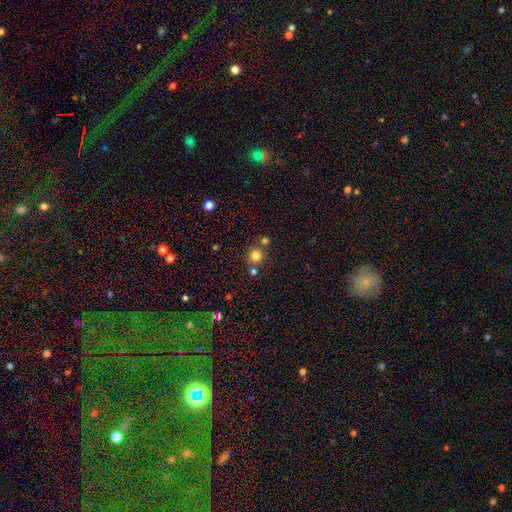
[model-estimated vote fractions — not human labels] Smooth or featured: smooth — 79% (star or artifact — 15%)
How rounded: round — 93% (in between — 6%)
Merging: none — 75% (merger — 15%)